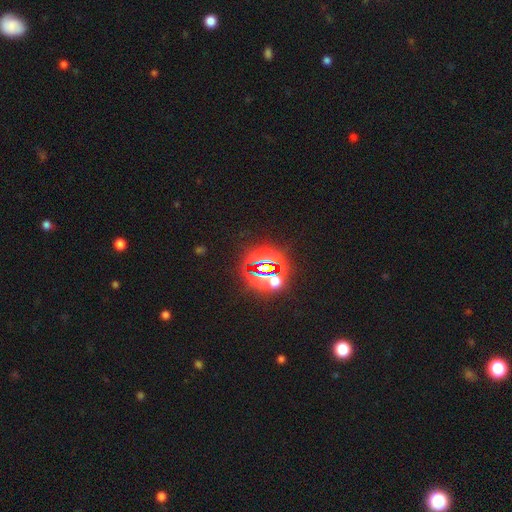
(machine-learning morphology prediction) Q: Smooth or featured?
A: star or artifact (82%); runner-up: smooth (10%)